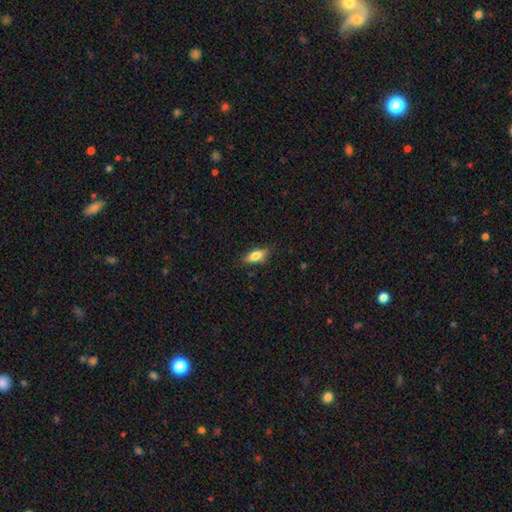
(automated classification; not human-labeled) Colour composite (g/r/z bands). It shows a smooth galaxy with no disk features (78%) that is in between round and cigar-shaped (75%). Merging: none (81%).